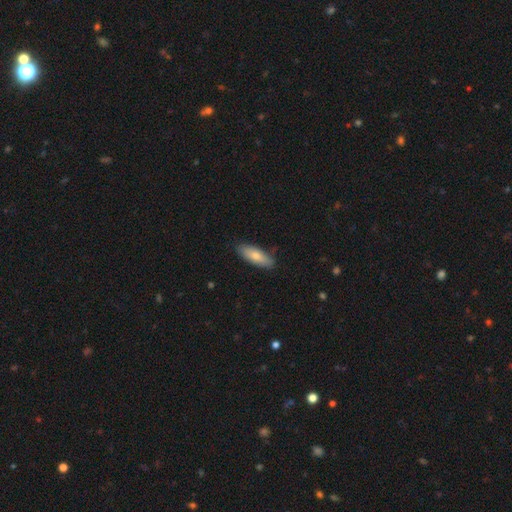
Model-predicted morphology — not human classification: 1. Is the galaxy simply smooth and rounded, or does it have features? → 77% smooth, 18% featured or disk, 6% star or artifact.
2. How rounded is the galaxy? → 65% in between, 33% cigar-shaped, 2% round.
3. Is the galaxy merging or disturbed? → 85% none, 12% minor disturbance, 2% major disturbance, 1% merger.